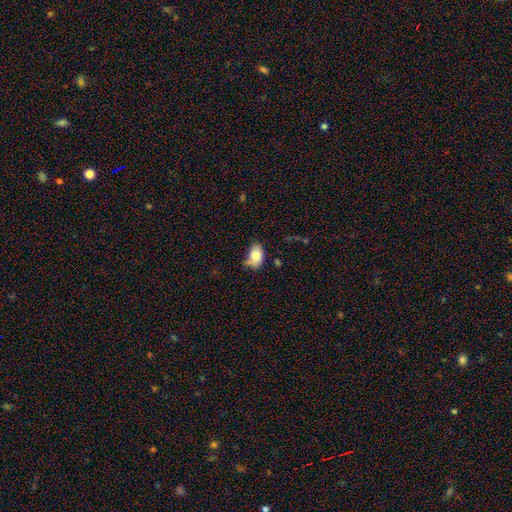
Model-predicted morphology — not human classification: Smooth or featured? Predicted: smooth (p=0.79). How rounded? Predicted: in between (p=0.81). Merging? Predicted: none (p=0.43).